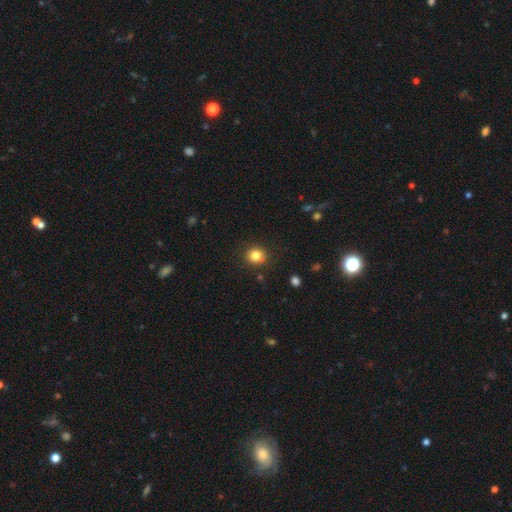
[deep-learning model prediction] The model was most divided on "how rounded": round: 85%, in between: 14%, cigar-shaped: 1%. More confident: merging — none (88%); smooth or featured — smooth (83%).